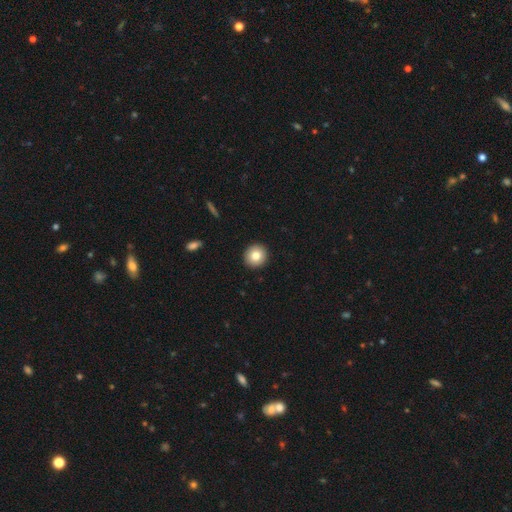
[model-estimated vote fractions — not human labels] This is clearly a smooth galaxy (81%). How rounded: clearly round (93%). Merging: clearly none (93%).